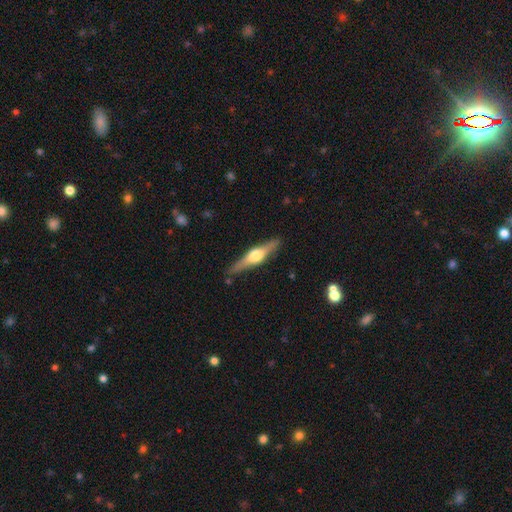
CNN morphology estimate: Smooth or featured: featured or disk — 72% (smooth — 23%)
Edge-on disk: yes — 97% (no — 3%)
Edge-on bulge: rounded — 94% (boxy — 4%)
Merging: none — 87% (minor disturbance — 9%)